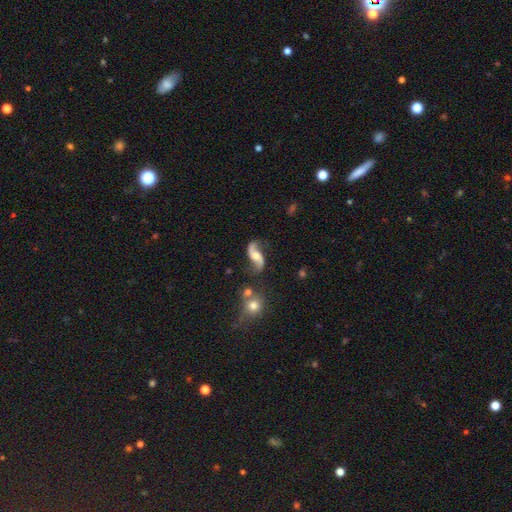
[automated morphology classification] Smooth or featured? featured or disk (86%)
Edge-on disk? no (96%)
Bar? no (54%)
Spiral arms? yes (96%)
Spiral winding? loose (83%)
Spiral arm count? 2 (94%)
Bulge size? moderate (51%)
Merging? none (74%)